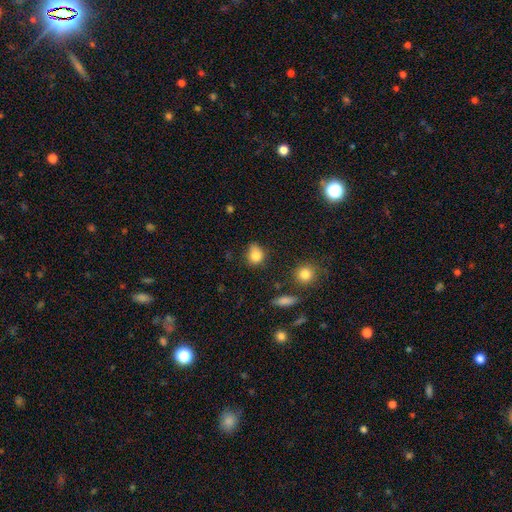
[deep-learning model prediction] Q: Smooth or featured?
A: smooth (82%); runner-up: star or artifact (11%)
Q: How rounded?
A: round (60%); runner-up: in between (38%)
Q: Merging?
A: none (54%); runner-up: minor disturbance (33%)